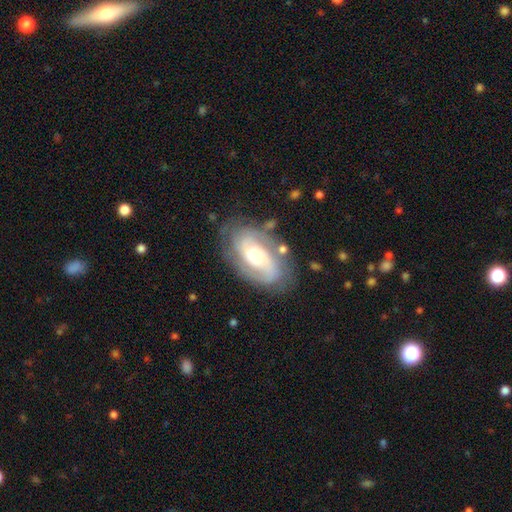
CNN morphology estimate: featured or disk 82%, smooth 13%, star or artifact 6%. Down the decision tree: edge-on disk — no (96%); bar — no (55%); spiral arms — yes (94%); spiral arm count — 2 (64%); spiral winding — tight (53%); bulge size — moderate (56%); merging — none (73%).